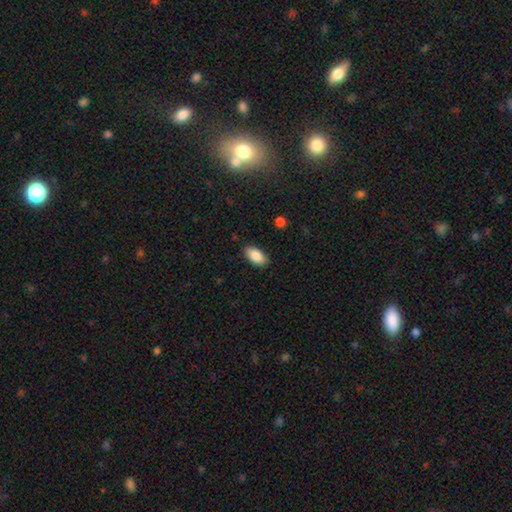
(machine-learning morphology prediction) This is clearly a smooth galaxy (87%). How rounded: clearly in between (93%). Merging: clearly none (87%).